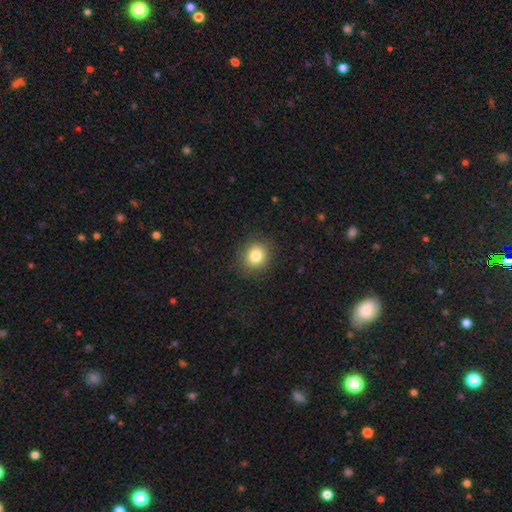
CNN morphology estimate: Smooth or featured? Predicted: smooth (p=0.82). How rounded? Predicted: round (p=0.79). Merging? Predicted: none (p=0.86).